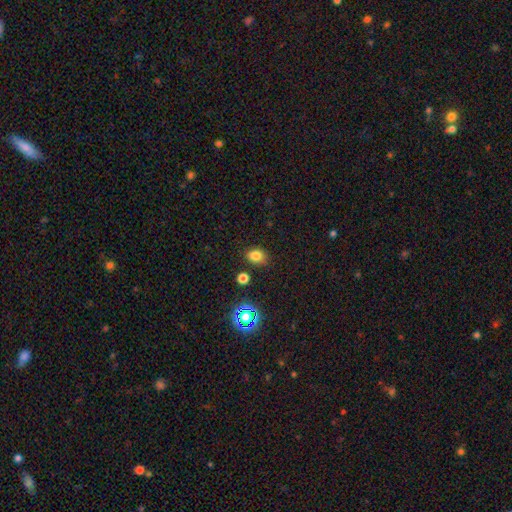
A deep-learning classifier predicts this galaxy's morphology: smooth_or_featured: smooth (p=0.78) [alt: star or artifact p=0.16]
how_rounded: in between (p=0.71) [alt: round p=0.28]
merging: none (p=0.77) [alt: minor disturbance p=0.15]